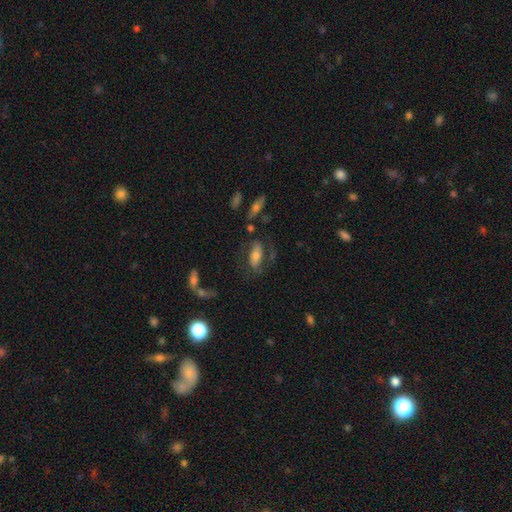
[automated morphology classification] smooth-or-featured: featured or disk: 46% | smooth: 45% | star or artifact: 10%
  merging: none: 55% | major disturbance: 22% | minor disturbance: 17% | merger: 5%